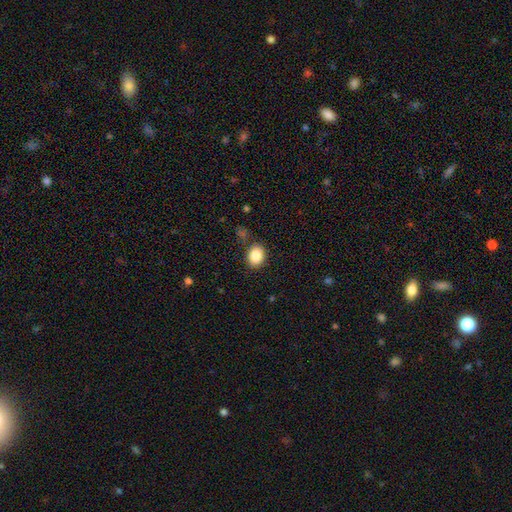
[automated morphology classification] Smooth or featured: smooth — 86% (star or artifact — 9%)
How rounded: in between — 57% (round — 42%)
Merging: none — 82% (minor disturbance — 11%)